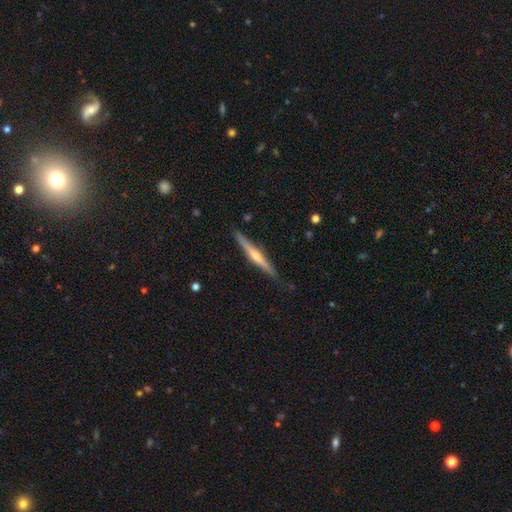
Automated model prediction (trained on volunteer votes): Smooth or featured: featured or disk — 65% (smooth — 29%)
Edge-on disk: yes — 97% (no — 3%)
Edge-on bulge: rounded — 71% (none — 20%)
Merging: none — 85% (minor disturbance — 12%)